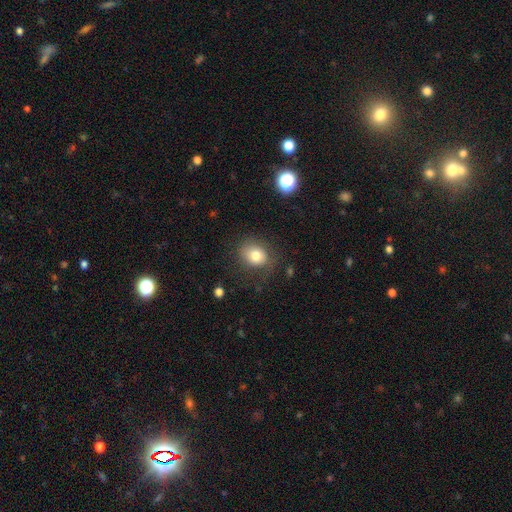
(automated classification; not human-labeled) Morphology: type=smooth (77%); roundness=round (64%); merging=none (74%).